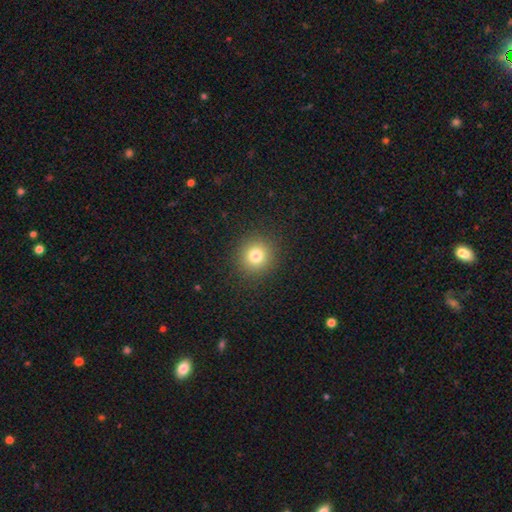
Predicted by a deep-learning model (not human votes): The model was most divided on "smooth or featured": smooth: 78%, star or artifact: 14%, featured or disk: 8%. More confident: how rounded — round (93%); merging — none (91%).